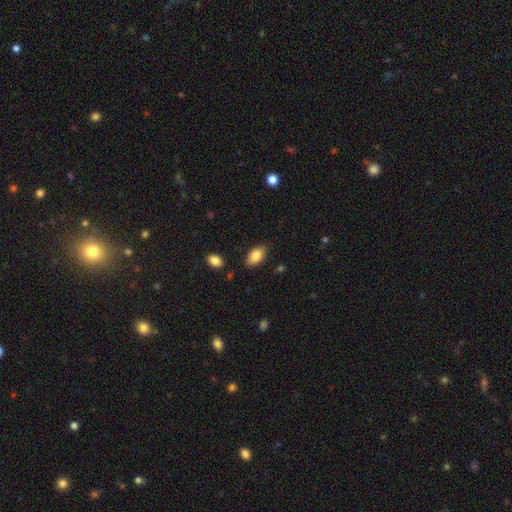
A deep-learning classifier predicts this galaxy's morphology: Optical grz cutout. It shows a smooth galaxy with no disk features (86%) that is in between round and cigar-shaped (93%). Merging: none (83%).